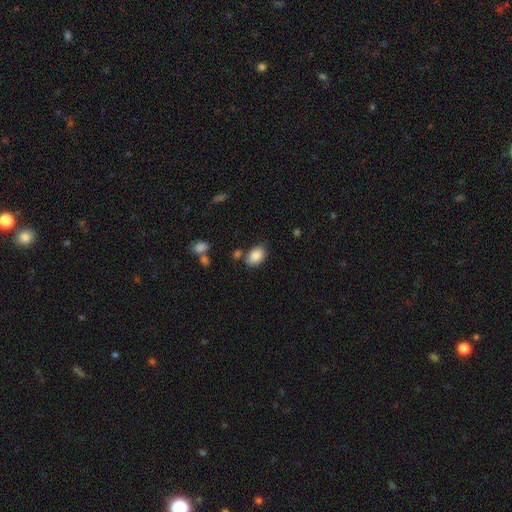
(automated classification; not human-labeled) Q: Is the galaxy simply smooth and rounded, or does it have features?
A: smooth — 88%.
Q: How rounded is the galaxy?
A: in between — 85%.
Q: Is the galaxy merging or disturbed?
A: none — 75%.